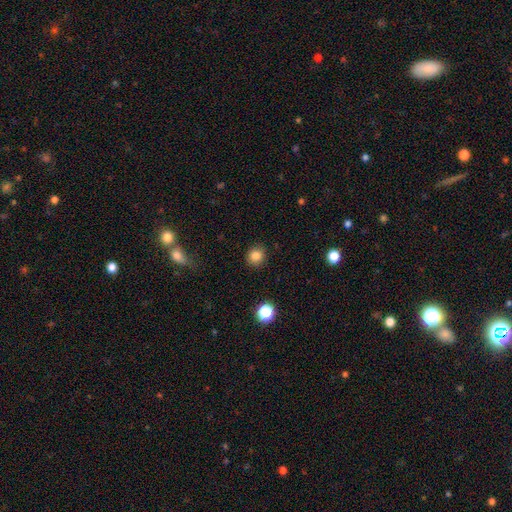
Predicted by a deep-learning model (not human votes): smooth_or_featured: smooth (p=0.83) [alt: star or artifact p=0.12]
how_rounded: round (p=0.88) [alt: in between p=0.11]
merging: none (p=0.89) [alt: minor disturbance p=0.07]